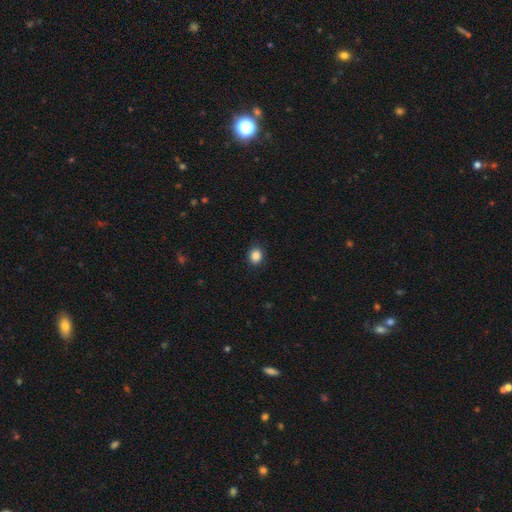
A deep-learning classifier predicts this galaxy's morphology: Smooth or featured? Predicted: smooth (p=0.87). How rounded? Predicted: round (p=0.65). Merging? Predicted: none (p=0.90).